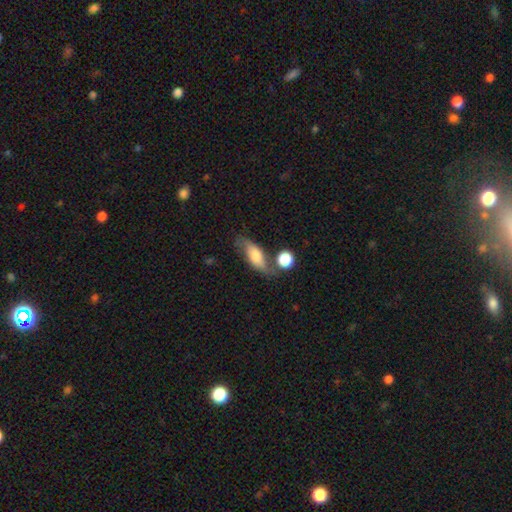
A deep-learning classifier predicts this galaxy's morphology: smooth-or-featured: smooth: 57% | featured or disk: 36% | star or artifact: 7%
  how-rounded: in between: 68% | cigar-shaped: 26% | round: 6%
  merging: none: 58% | minor disturbance: 20% | merger: 14% | major disturbance: 7%